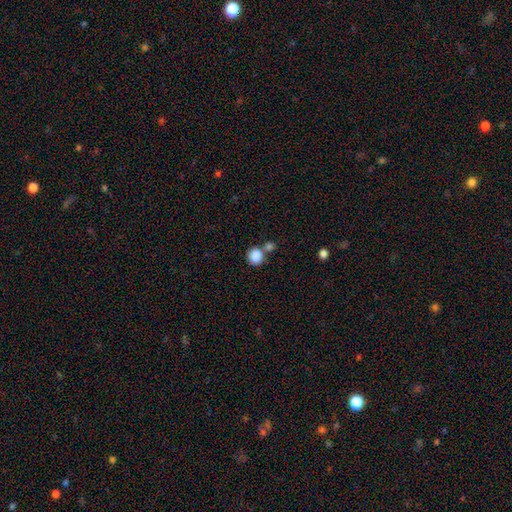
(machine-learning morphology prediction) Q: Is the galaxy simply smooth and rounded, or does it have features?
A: smooth — 86%.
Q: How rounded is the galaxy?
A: round — 85%.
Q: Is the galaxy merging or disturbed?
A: none — 56%.